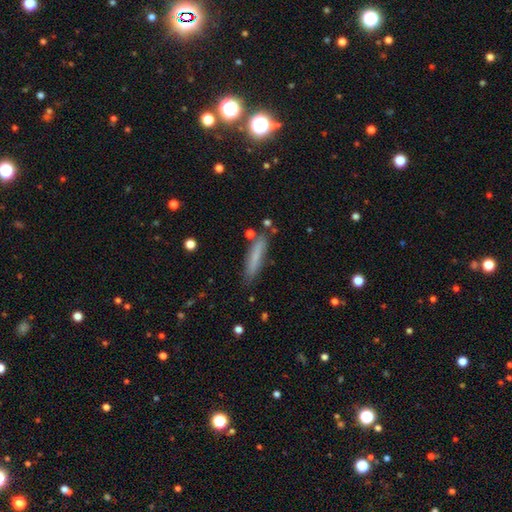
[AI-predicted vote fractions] Smooth or featured? Predicted: smooth (p=0.73). How rounded? Predicted: cigar-shaped (p=0.88). Merging? Predicted: none (p=0.79).